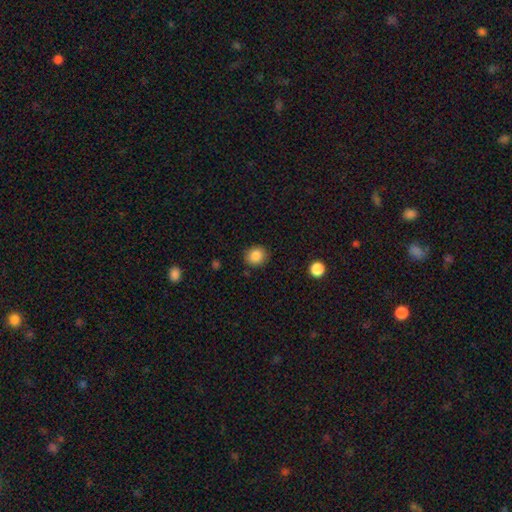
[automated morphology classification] The model was most divided on "how rounded": round: 79%, in between: 20%, cigar-shaped: 1%. More confident: merging — none (88%); smooth or featured — smooth (86%).